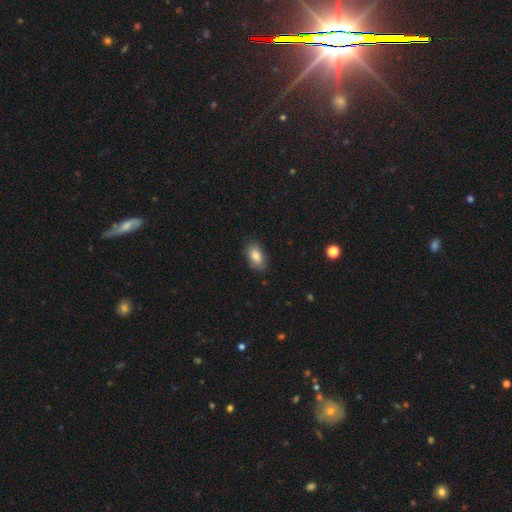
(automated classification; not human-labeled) Smooth or featured? smooth (85%)
How rounded? in between (92%)
Merging? none (84%)